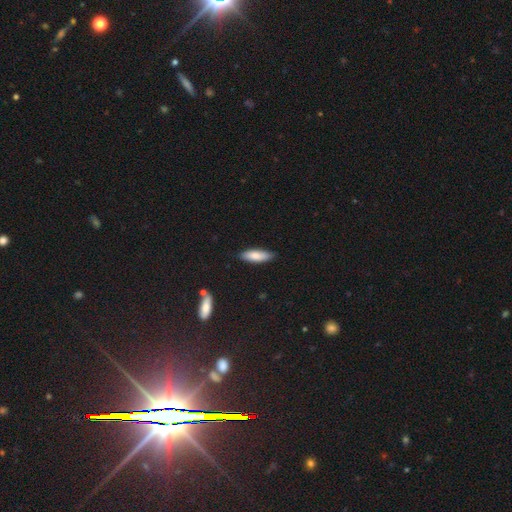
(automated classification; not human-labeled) smooth 81%, featured or disk 13%, star or artifact 6%. Down the decision tree: how rounded — in between (52%); merging — none (85%).